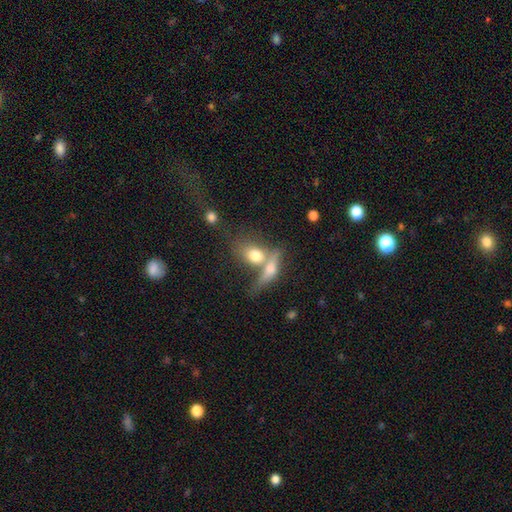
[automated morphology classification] Smooth or featured? Predicted: smooth (p=0.70). How rounded? Predicted: in between (p=0.66). Merging? Predicted: merger (p=0.56).